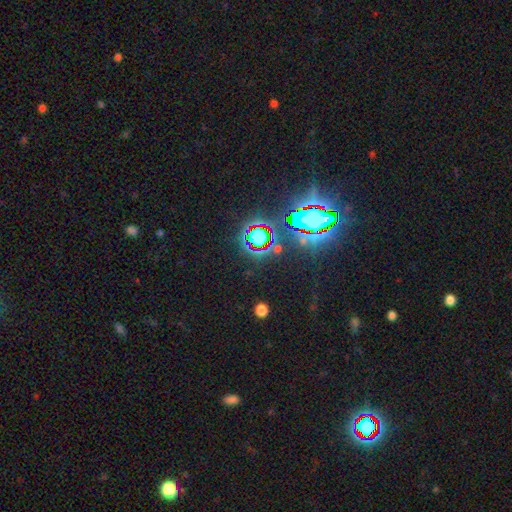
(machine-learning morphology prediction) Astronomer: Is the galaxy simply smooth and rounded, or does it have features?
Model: star or artifact — 83%.